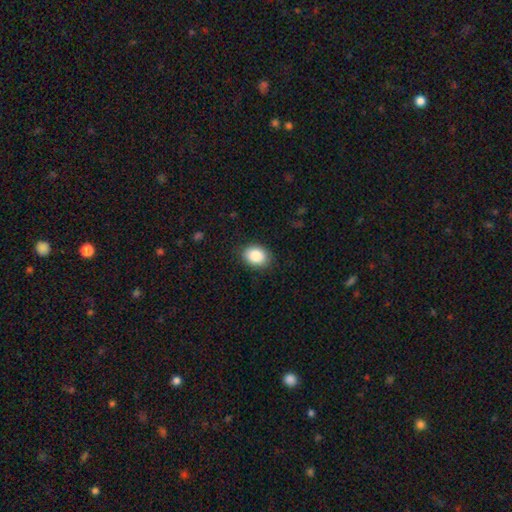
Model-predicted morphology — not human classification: Smooth or featured? Predicted: smooth (p=0.87). How rounded? Predicted: in between (p=0.66). Merging? Predicted: none (p=0.88).